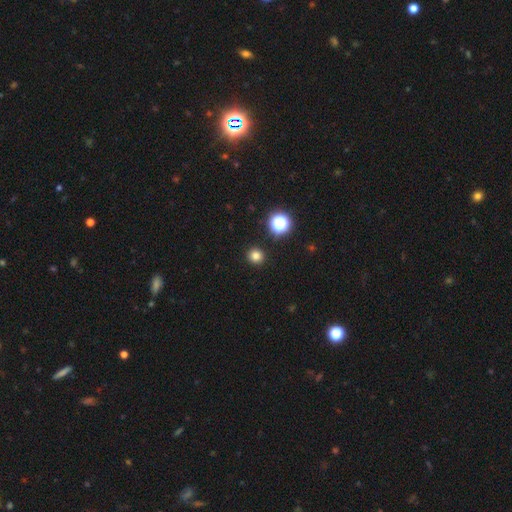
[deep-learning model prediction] Overall: smooth (79%). How rounded: round (92%). Merging: none (92%).